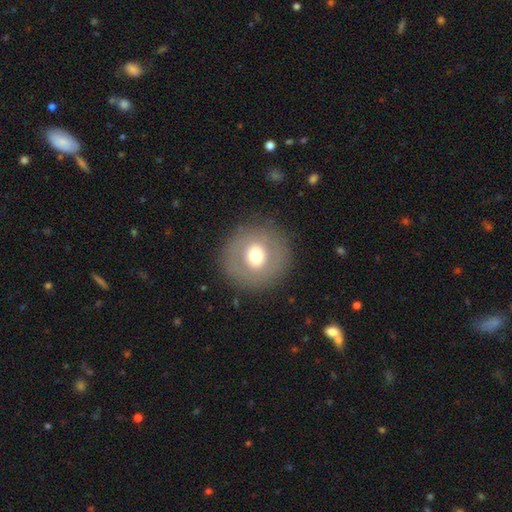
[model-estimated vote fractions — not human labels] smooth_or_featured: smooth (p=0.61) [alt: featured or disk p=0.29]
how_rounded: round (p=0.94) [alt: in between p=0.05]
merging: none (p=0.87) [alt: minor disturbance p=0.07]